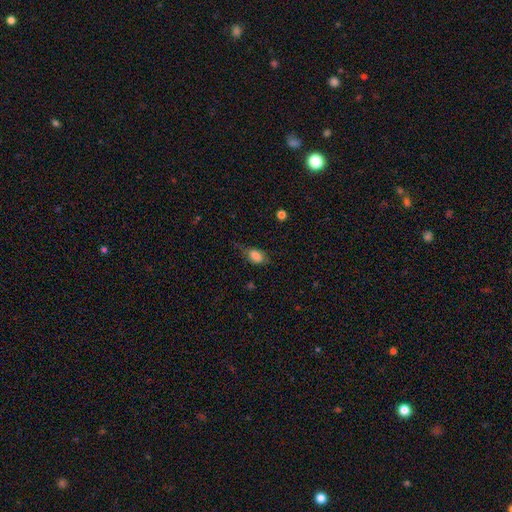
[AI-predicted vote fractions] This is likely a smooth galaxy (79%). How rounded: clearly in between (86%). Merging: possibly none (52%).